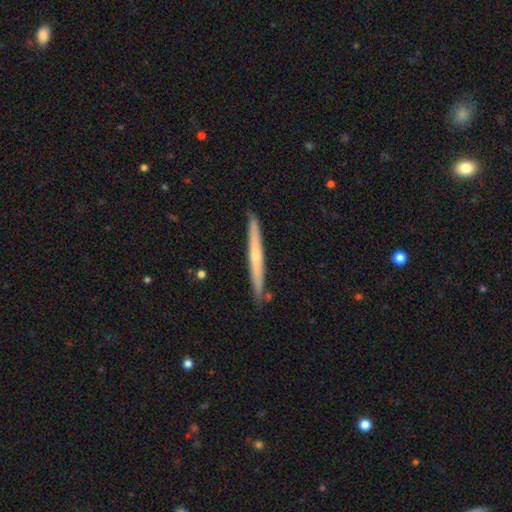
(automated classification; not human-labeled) smooth-or-featured: featured or disk: 56% | smooth: 39% | star or artifact: 5%
  disk-edge-on: yes: 97% | no: 3%
    edge-on-bulge: none: 51% | rounded: 46% | boxy: 3%
  merging: none: 89% | minor disturbance: 8% | merger: 2% | major disturbance: 1%